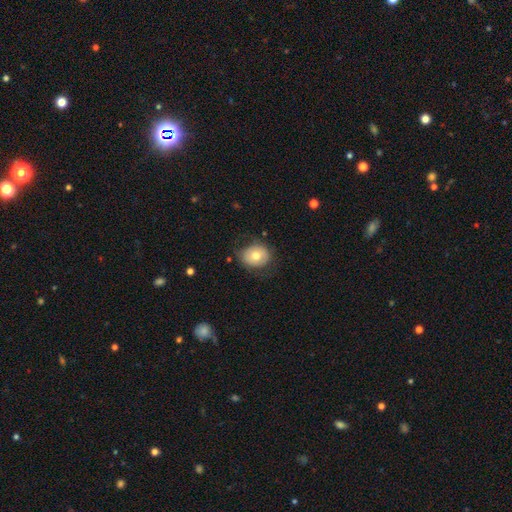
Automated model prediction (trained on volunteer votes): Q: Smooth or featured?
A: smooth (69%); runner-up: featured or disk (23%)
Q: How rounded?
A: round (59%); runner-up: in between (40%)
Q: Merging?
A: none (73%); runner-up: minor disturbance (18%)